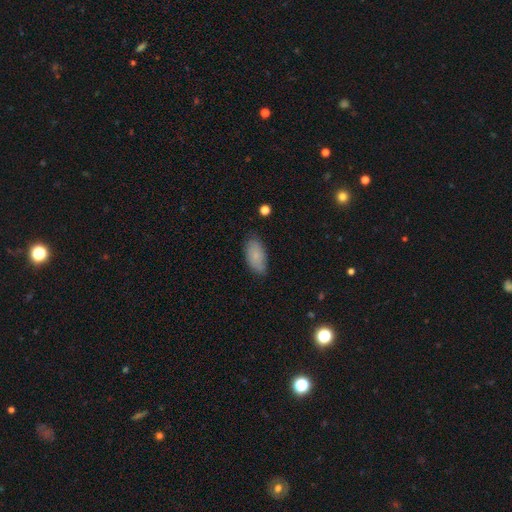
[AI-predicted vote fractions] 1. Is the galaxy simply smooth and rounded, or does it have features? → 74% smooth, 18% featured or disk, 7% star or artifact.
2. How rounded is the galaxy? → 93% in between, 3% cigar-shaped, 3% round.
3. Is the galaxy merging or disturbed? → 76% none, 19% minor disturbance, 3% major disturbance, 1% merger.